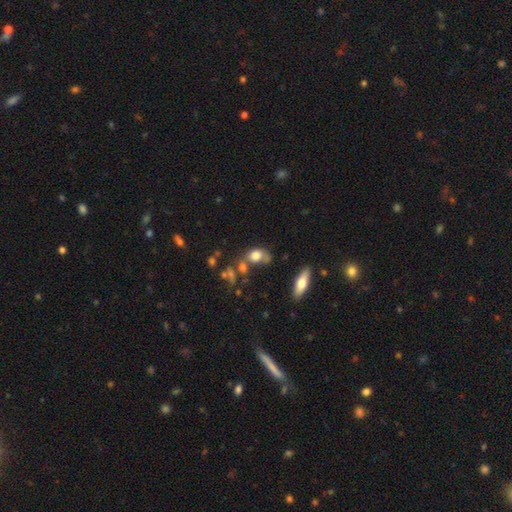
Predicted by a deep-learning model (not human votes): Q: Smooth or featured?
A: smooth (74%); runner-up: featured or disk (15%)
Q: How rounded?
A: in between (66%); runner-up: round (31%)
Q: Merging?
A: none (39%); runner-up: merger (26%)